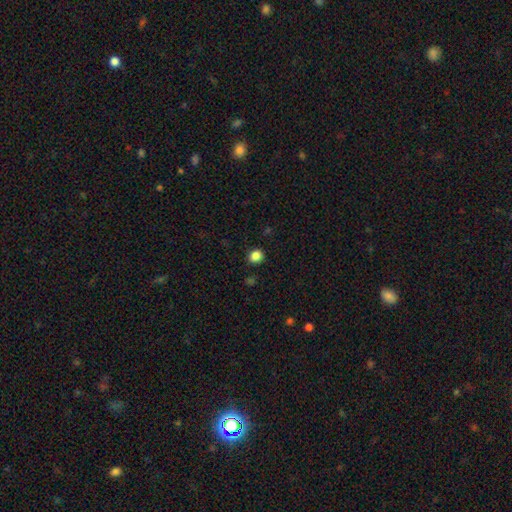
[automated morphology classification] Smooth or featured: smooth — 85% (star or artifact — 11%)
How rounded: round — 78% (in between — 22%)
Merging: none — 89% (minor disturbance — 7%)